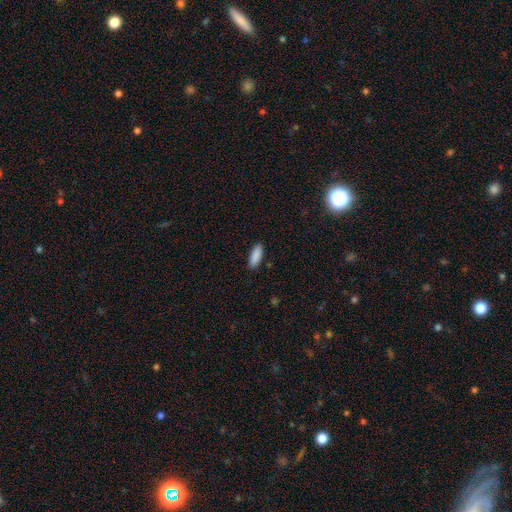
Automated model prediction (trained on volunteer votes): Q: Smooth or featured?
A: smooth (90%); runner-up: star or artifact (6%)
Q: How rounded?
A: in between (68%); runner-up: cigar-shaped (31%)
Q: Merging?
A: none (88%); runner-up: minor disturbance (9%)